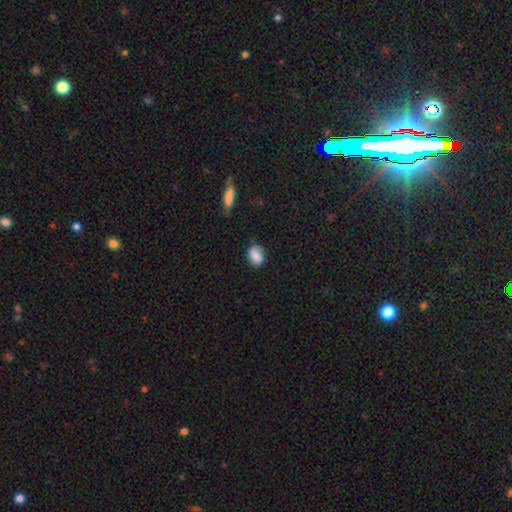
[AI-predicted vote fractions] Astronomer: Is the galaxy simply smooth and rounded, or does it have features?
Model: smooth — 84%.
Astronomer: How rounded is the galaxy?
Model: in between — 68%.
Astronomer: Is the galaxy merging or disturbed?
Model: none — 73%.